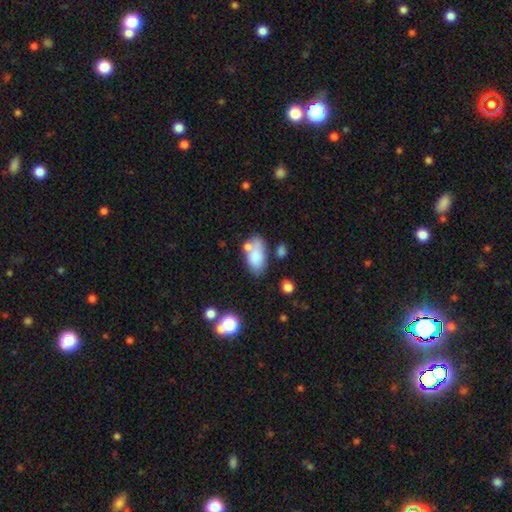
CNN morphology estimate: This appears to be a smooth galaxy with no disk features (77%) that is in between round and cigar-shaped (92%). Merging: none (49%).